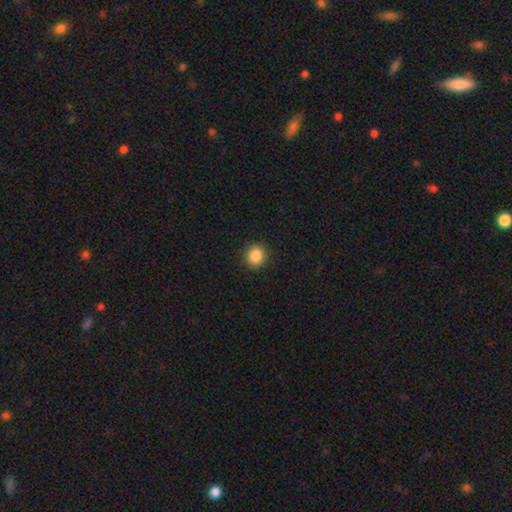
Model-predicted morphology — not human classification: A smooth galaxy with no disk features (86%) that is round (84%). Merging: none (91%).